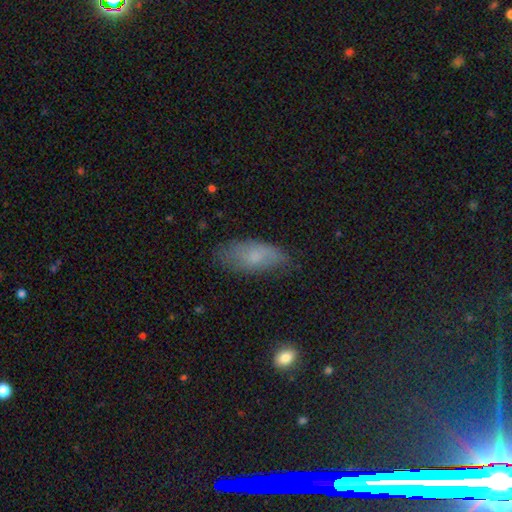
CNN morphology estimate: Smooth or featured? Predicted: smooth (p=0.70). How rounded? Predicted: in between (p=0.87). Merging? Predicted: none (p=0.63).